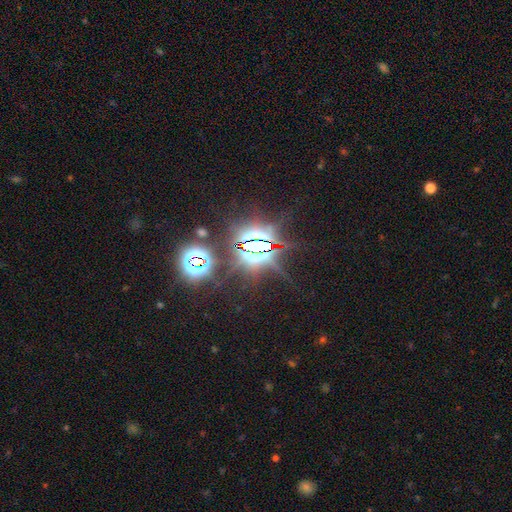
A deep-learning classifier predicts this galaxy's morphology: This appears to be a star or artifact, not a galaxy (85%).